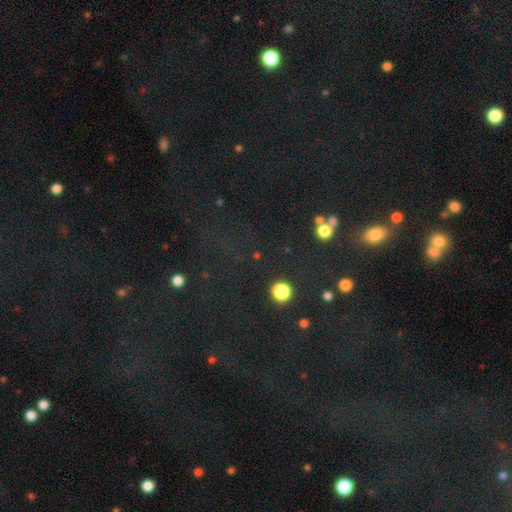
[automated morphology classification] This appears to be a star or artifact, not a galaxy (67%).